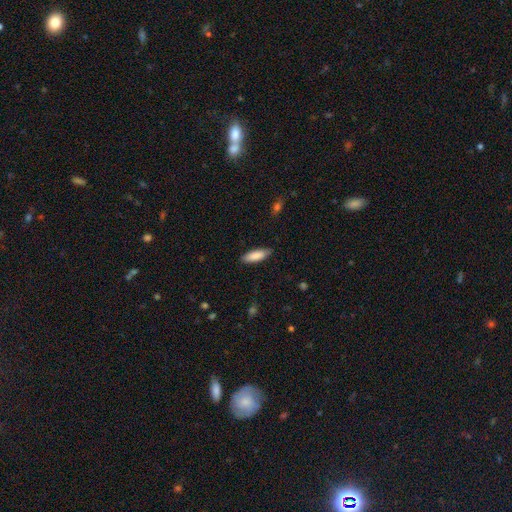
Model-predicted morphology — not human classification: This is clearly a smooth galaxy (87%). How rounded: possibly in between (56%). Merging: clearly none (85%).